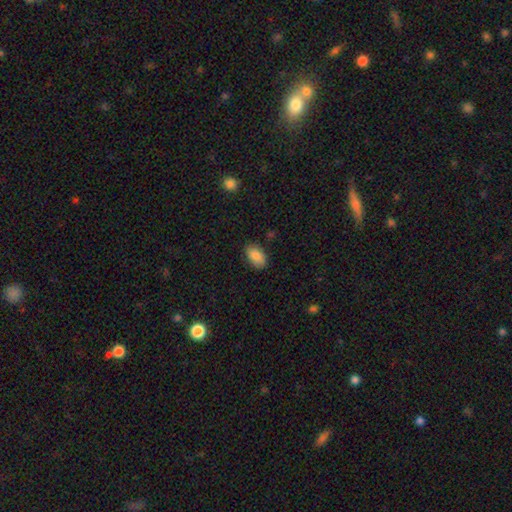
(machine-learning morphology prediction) A smooth galaxy with no disk features (87%) that is in between round and cigar-shaped (92%). Merging: none (83%).